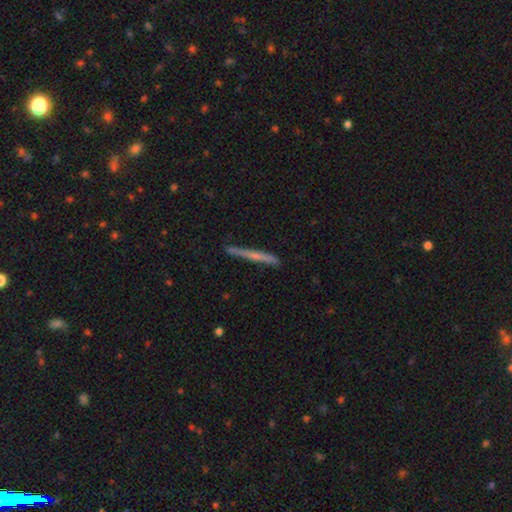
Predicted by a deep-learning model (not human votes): The model was most divided on "smooth or featured": featured or disk: 54%, smooth: 40%, star or artifact: 7%. More confident: edge-on disk — yes (97%); merging — none (87%); edge-on bulge — none (56%).